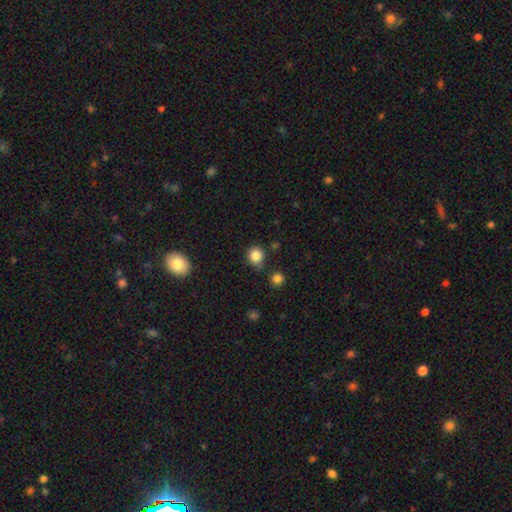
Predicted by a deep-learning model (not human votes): Q: Smooth or featured?
A: smooth (84%); runner-up: star or artifact (11%)
Q: How rounded?
A: round (87%); runner-up: in between (12%)
Q: Merging?
A: none (75%); runner-up: minor disturbance (15%)